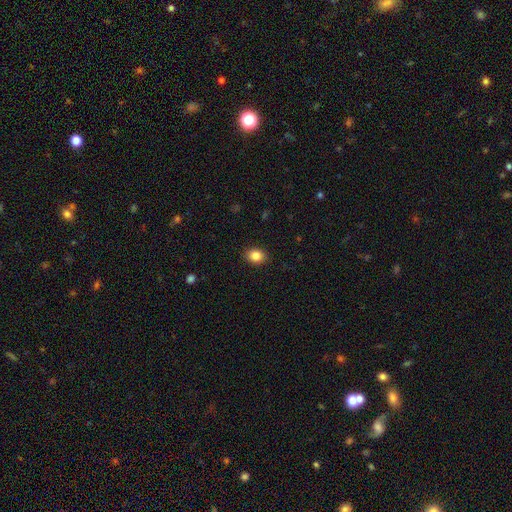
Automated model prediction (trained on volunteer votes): A smooth galaxy with no disk features (85%) that is in between round and cigar-shaped (56%).

Vote fractions:
- Smooth or featured? smooth: 85% / star or artifact: 9% / featured or disk: 5%
- How rounded? in between: 56% / round: 43% / cigar-shaped: 1%
- Merging? none: 89% / minor disturbance: 8% / major disturbance: 2% / merger: 1%